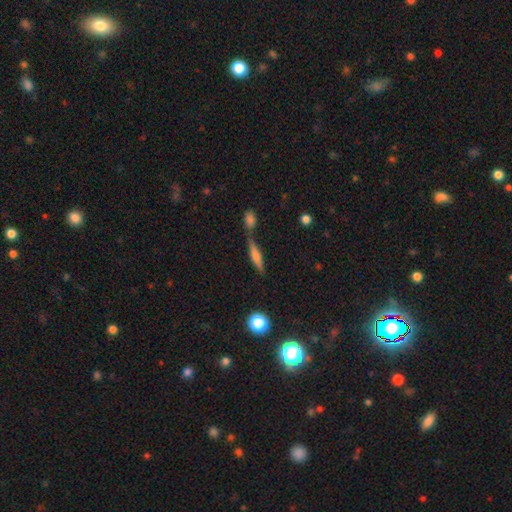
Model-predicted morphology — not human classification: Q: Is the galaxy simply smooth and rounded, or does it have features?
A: smooth — 55%.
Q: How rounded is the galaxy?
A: cigar-shaped — 75%.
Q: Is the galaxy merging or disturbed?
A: none — 58%.